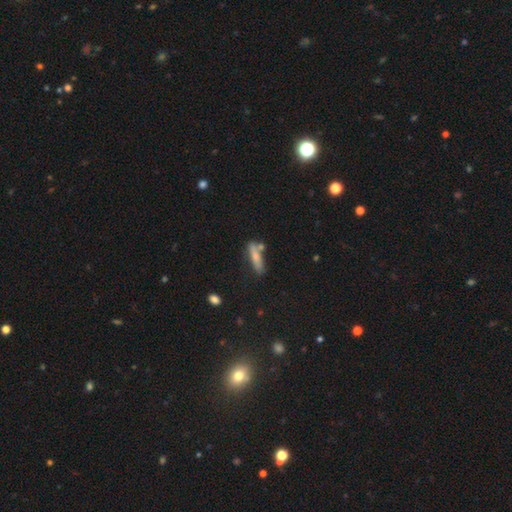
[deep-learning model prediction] Overall: smooth (71%). How rounded: cigar-shaped (78%). Merging: none (63%).